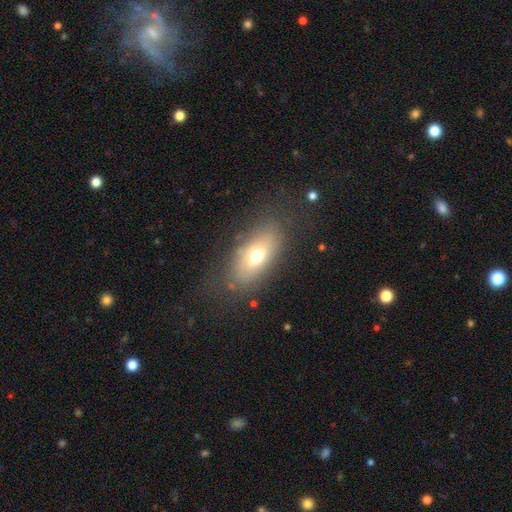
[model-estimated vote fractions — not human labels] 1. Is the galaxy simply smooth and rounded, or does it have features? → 66% smooth, 23% featured or disk, 11% star or artifact.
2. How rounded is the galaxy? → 84% in between, 9% cigar-shaped, 8% round.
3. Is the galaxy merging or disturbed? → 75% none, 15% minor disturbance, 8% major disturbance, 2% merger.